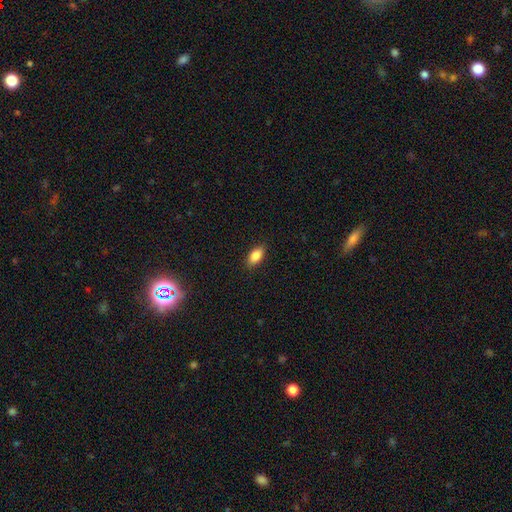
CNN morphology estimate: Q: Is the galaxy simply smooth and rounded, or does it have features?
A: smooth — 85%.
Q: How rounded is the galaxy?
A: in between — 88%.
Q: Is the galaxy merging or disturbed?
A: none — 87%.